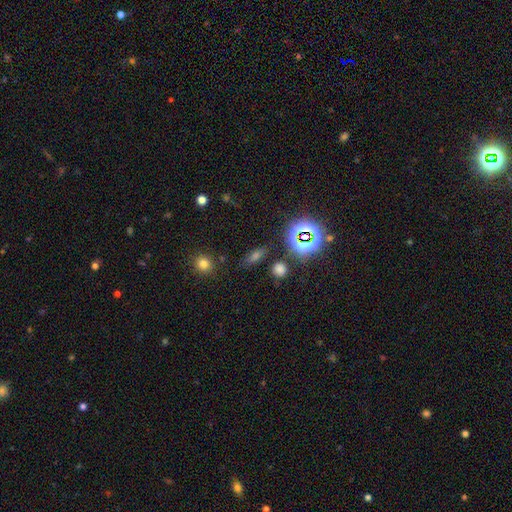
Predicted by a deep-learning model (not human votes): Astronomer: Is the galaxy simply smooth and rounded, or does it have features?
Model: smooth — 46% (runner-up: star or artifact, 41%).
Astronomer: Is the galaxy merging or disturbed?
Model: none — 82%.